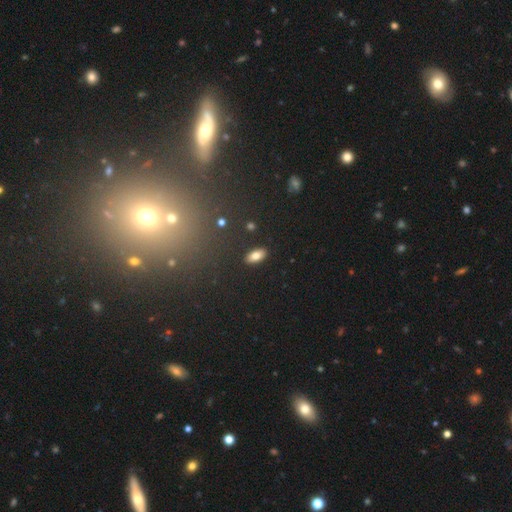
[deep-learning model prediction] Overall: smooth (81%). How rounded: in between (90%). Merging: none (89%).